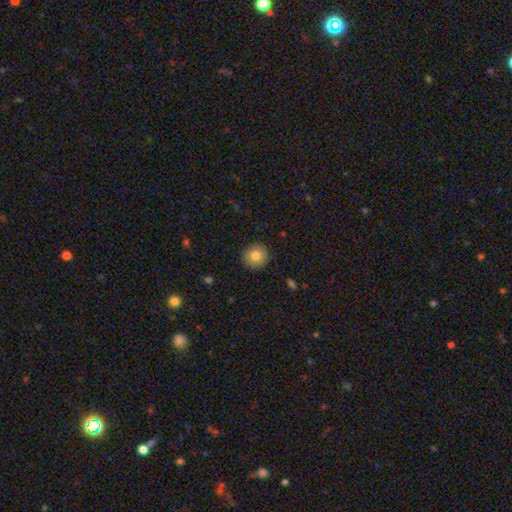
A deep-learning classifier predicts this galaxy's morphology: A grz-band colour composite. It shows a smooth galaxy with no disk features (83%) that is round (91%). Merging: none (90%).